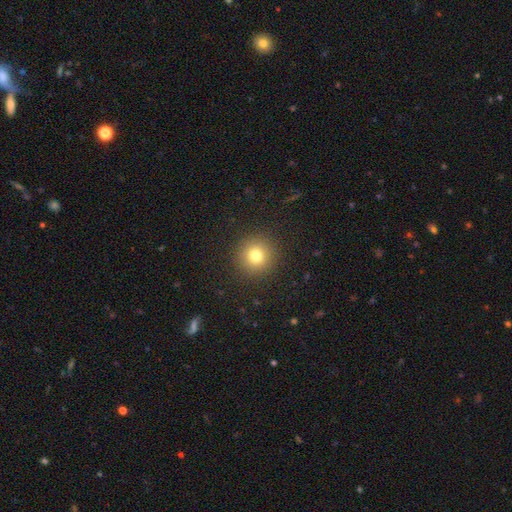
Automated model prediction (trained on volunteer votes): This is likely a smooth galaxy (78%). How rounded: clearly round (95%). Merging: clearly none (91%).